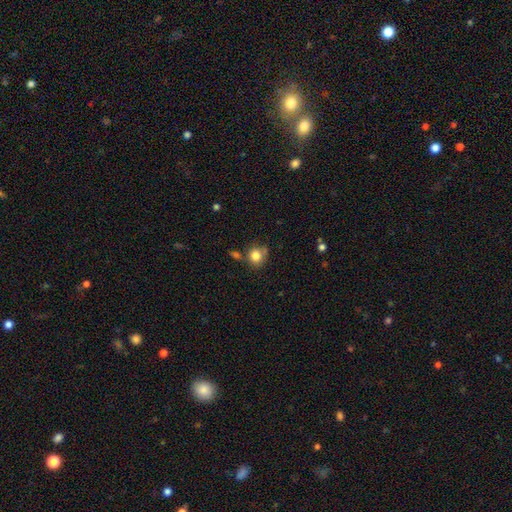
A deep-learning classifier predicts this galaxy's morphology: smooth_or_featured: smooth (p=0.82) [alt: star or artifact p=0.11]
how_rounded: round (p=0.81) [alt: in between p=0.18]
merging: none (p=0.66) [alt: minor disturbance p=0.16]